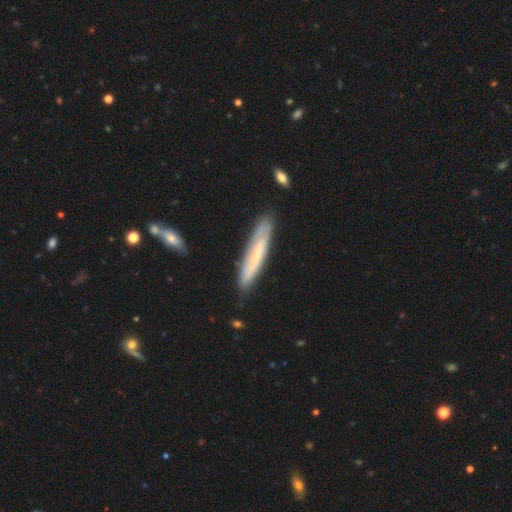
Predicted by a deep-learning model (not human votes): This is possibly a smooth galaxy (52%). How rounded: clearly cigar-shaped (91%). Merging: clearly none (82%).